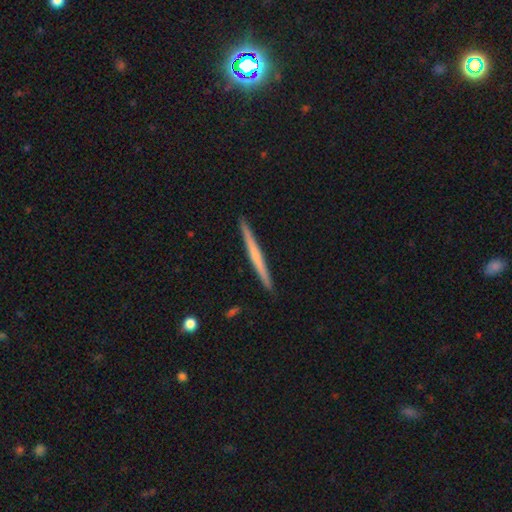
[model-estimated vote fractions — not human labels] Smooth or featured? Predicted: featured or disk (p=0.51). Edge-on disk? Predicted: yes (p=0.98). Merging? Predicted: none (p=0.92).